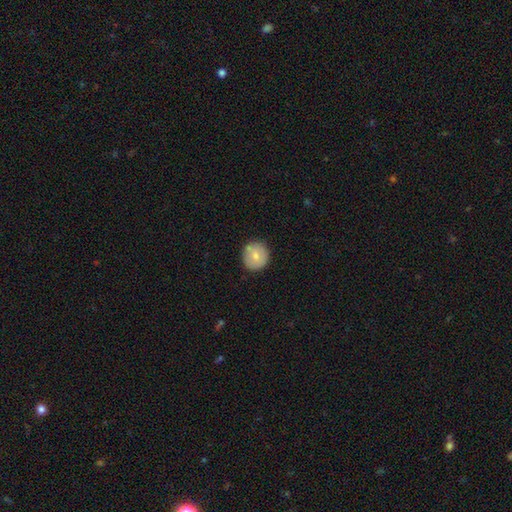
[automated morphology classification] type=smooth (74%); roundness=round (93%); merging=none (86%).